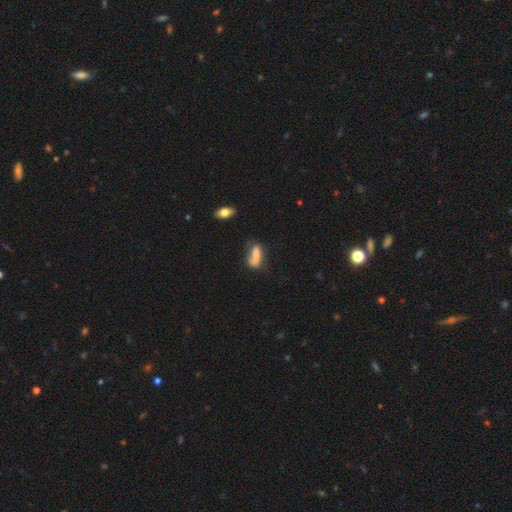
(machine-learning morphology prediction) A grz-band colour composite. It shows a smooth galaxy with no disk features (73%) that is in between round and cigar-shaped (62%). Merging: none (45%).